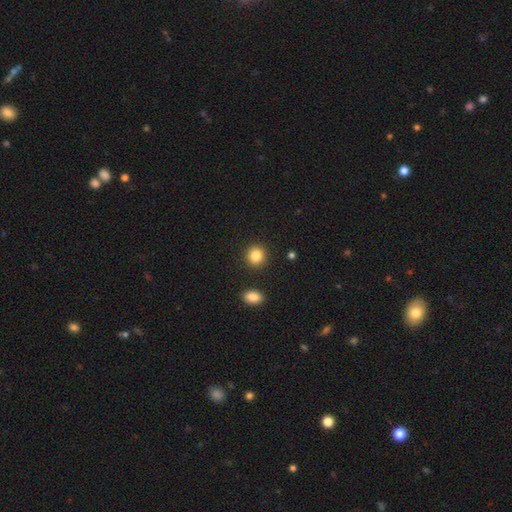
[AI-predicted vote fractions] A smooth galaxy with no disk features (85%) that is round (88%).

Vote fractions:
- Smooth or featured? smooth: 85% / star or artifact: 10% / featured or disk: 5%
- How rounded? round: 88% / in between: 11% / cigar-shaped: 1%
- Merging? none: 90% / minor disturbance: 6% / merger: 2% / major disturbance: 2%